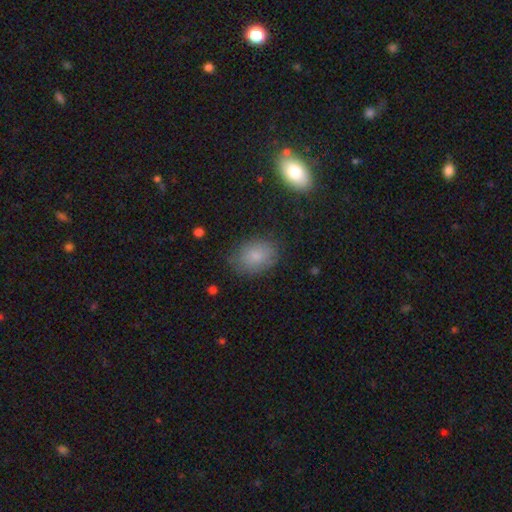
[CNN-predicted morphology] Smooth or featured: smooth — 82% (featured or disk — 9%)
How rounded: in between — 67% (round — 31%)
Merging: none — 77% (minor disturbance — 17%)